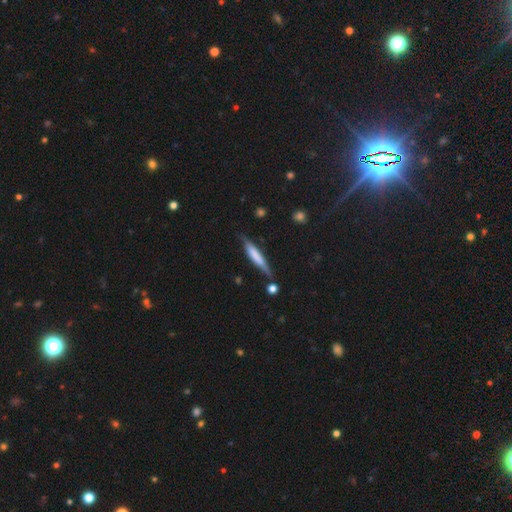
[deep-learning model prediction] A smooth galaxy with no disk features (54%) that is cigar-shaped (89%). Merging: none (69%).